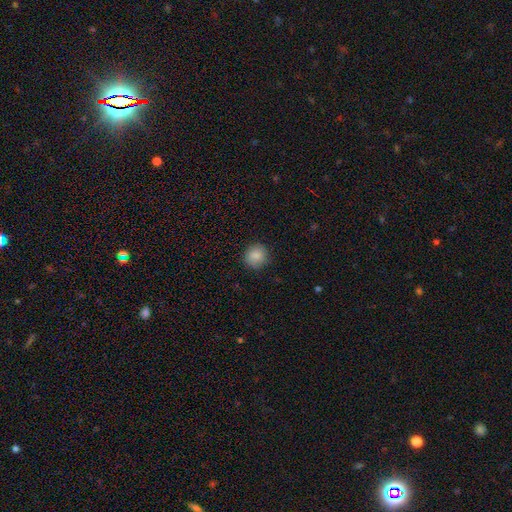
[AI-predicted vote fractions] smooth 87%, star or artifact 9%, featured or disk 5%. Down the decision tree: how rounded — round (93%); merging — none (87%).